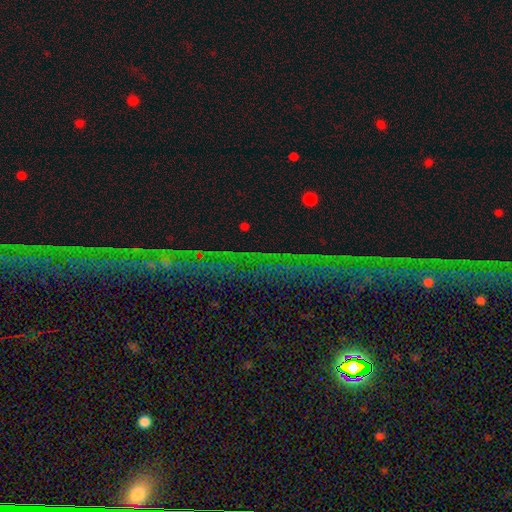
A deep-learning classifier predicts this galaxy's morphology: type=star or artifact (77%).